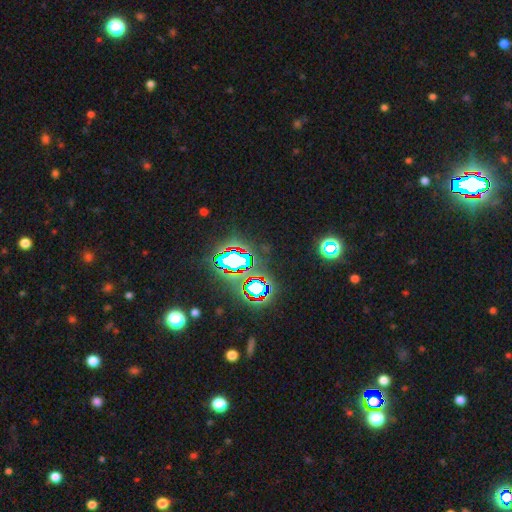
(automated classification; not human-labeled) The model was most divided on "smooth or featured": star or artifact: 80%, smooth: 12%, featured or disk: 8%.